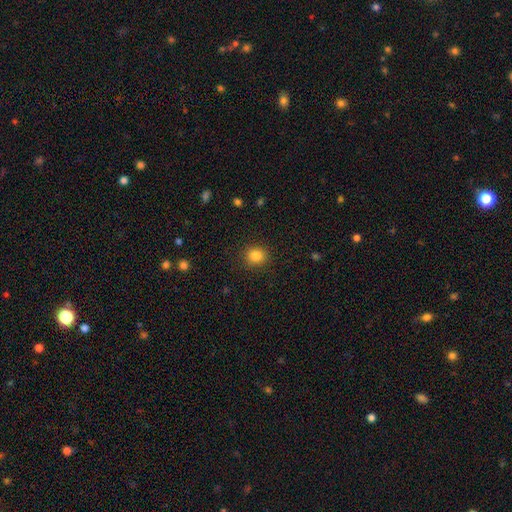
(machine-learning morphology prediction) Smooth or featured?
  - smooth: 84% *
  - star or artifact: 11%
  - featured or disk: 5%
How rounded?
  - round: 79% *
  - in between: 20%
  - cigar-shaped: 1%
Merging?
  - none: 89% *
  - minor disturbance: 7%
  - major disturbance: 3%
  - merger: 1%